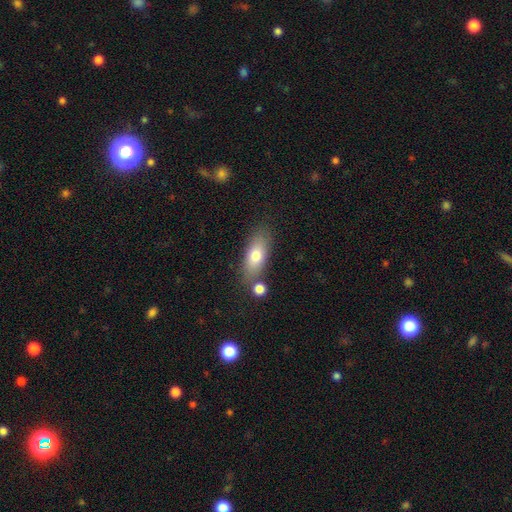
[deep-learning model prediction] Morphology: type=smooth (74%); roundness=in between (75%); merging=none (69%).